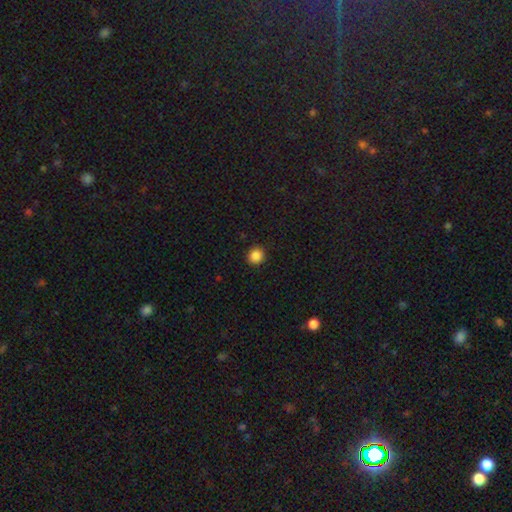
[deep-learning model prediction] smooth-or-featured: smooth: 87% | star or artifact: 10% | featured or disk: 3%
  how-rounded: round: 91% | in between: 8% | cigar-shaped: 1%
  merging: none: 92% | minor disturbance: 5% | major disturbance: 2% | merger: 1%